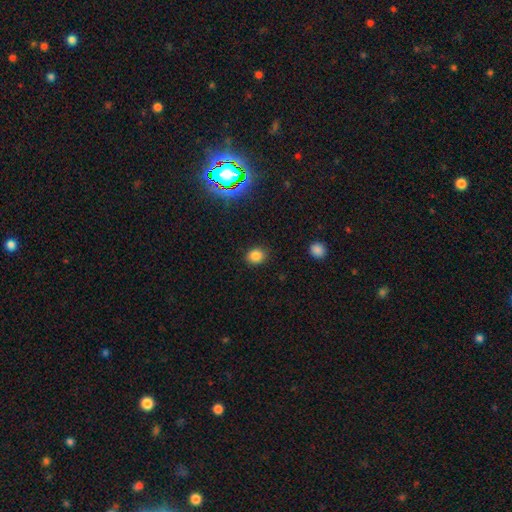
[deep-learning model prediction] smooth 82%, star or artifact 14%, featured or disk 5%. Down the decision tree: how rounded — round (66%); merging — none (86%).